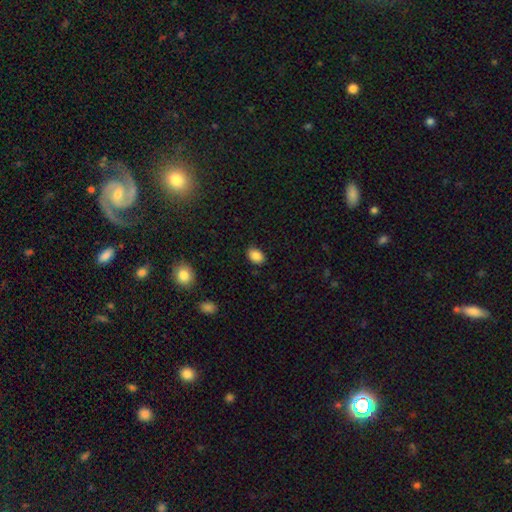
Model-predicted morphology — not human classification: Smooth or featured? smooth (87%)
How rounded? in between (79%)
Merging? none (85%)